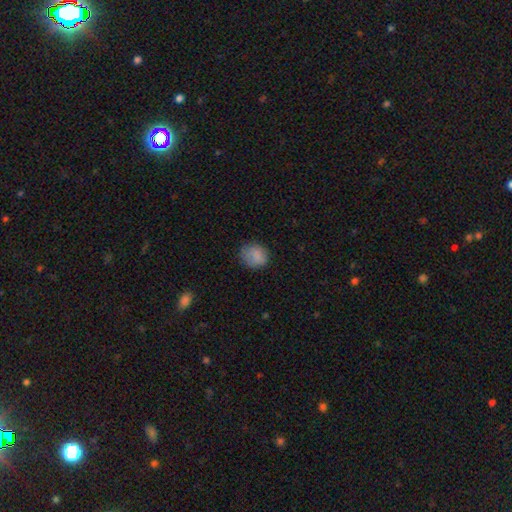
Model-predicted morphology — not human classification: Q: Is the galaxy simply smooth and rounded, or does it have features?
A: smooth — 84%.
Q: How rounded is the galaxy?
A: round — 72%.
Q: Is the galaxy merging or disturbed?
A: none — 74%.